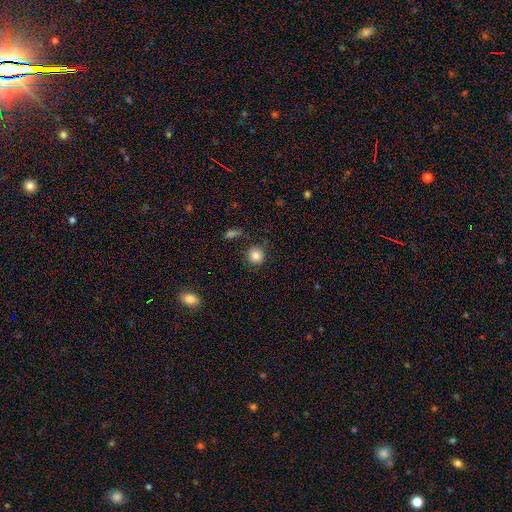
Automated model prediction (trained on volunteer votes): A smooth galaxy with no disk features (85%) that is round (92%). Merging: none (86%).